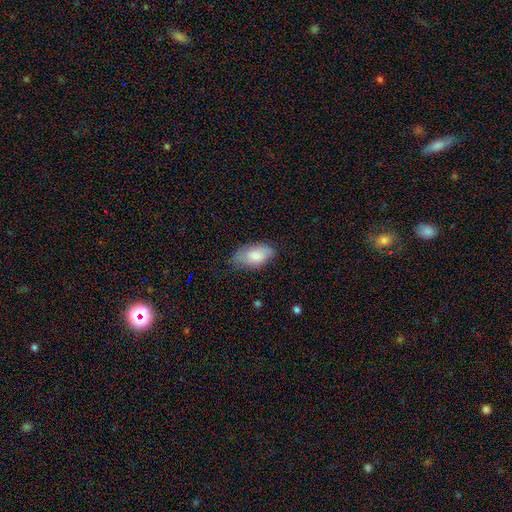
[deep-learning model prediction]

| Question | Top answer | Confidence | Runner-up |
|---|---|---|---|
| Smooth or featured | smooth | 80% | featured or disk (13%) |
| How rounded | in between | 93% | cigar-shaped (3%) |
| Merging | none | 72% | minor disturbance (22%) |